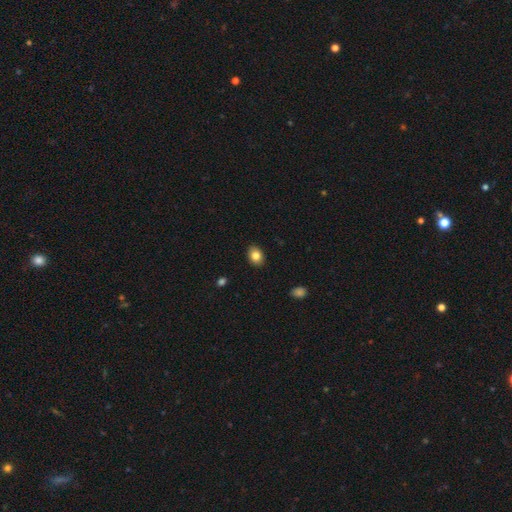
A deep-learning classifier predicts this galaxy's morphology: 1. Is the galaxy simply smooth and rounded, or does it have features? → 83% smooth, 9% star or artifact, 8% featured or disk.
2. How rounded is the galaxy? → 72% in between, 27% round, 1% cigar-shaped.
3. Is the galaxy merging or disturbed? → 89% none, 8% minor disturbance, 2% major disturbance, 1% merger.